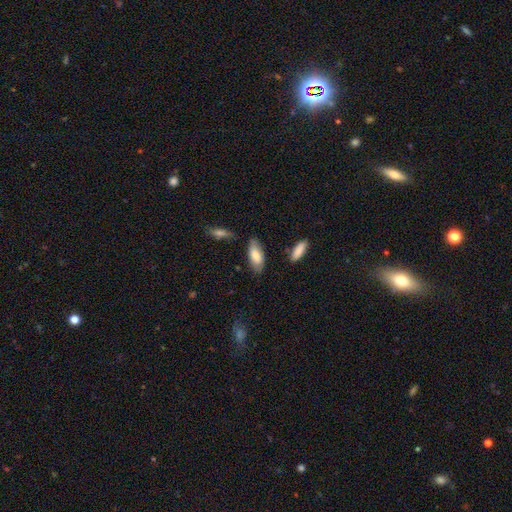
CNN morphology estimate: Smooth or featured? smooth (76%)
How rounded? in between (83%)
Merging? none (75%)